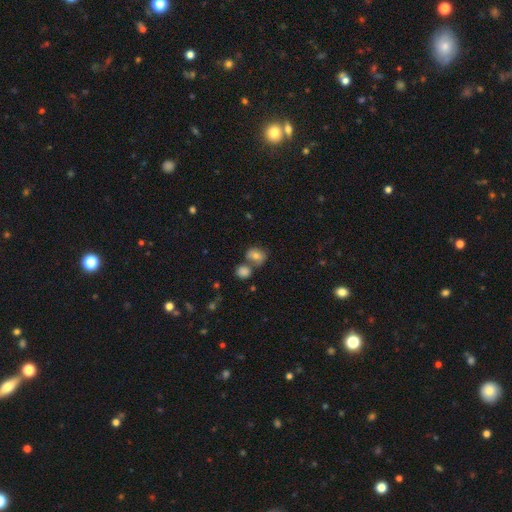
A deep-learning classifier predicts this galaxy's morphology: Overall: smooth (75%). How rounded: round (52%; in between 46%). Merging: none (49%; merger 34%).